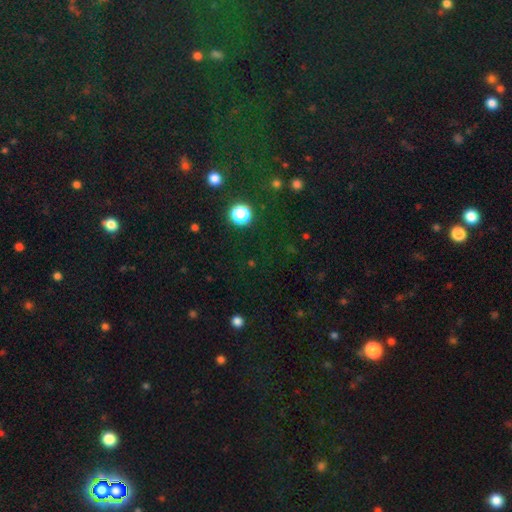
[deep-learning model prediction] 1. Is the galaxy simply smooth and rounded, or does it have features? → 68% star or artifact, 24% smooth, 8% featured or disk.